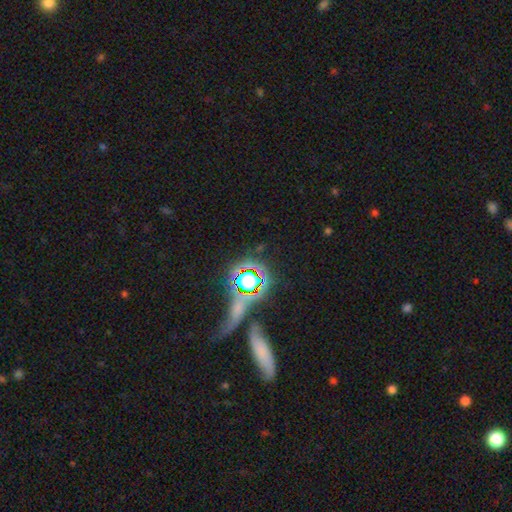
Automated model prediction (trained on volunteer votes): Smooth or featured? star or artifact (72%)